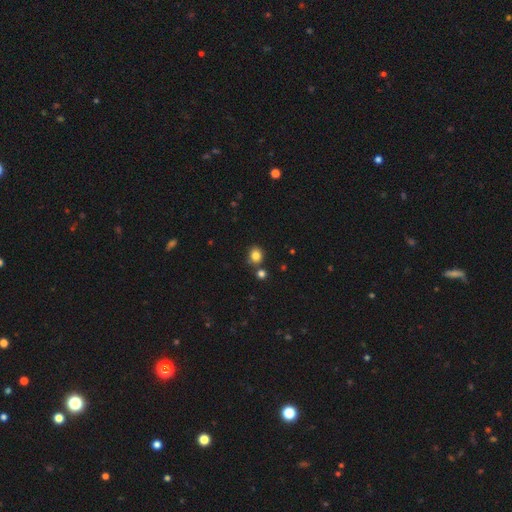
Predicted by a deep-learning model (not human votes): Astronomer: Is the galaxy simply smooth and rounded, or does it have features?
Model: smooth — 83%.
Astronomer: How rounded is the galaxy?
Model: round — 74%.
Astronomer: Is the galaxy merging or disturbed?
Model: none — 76%.